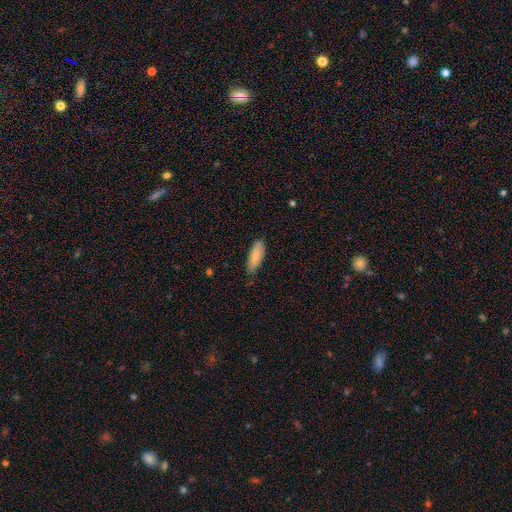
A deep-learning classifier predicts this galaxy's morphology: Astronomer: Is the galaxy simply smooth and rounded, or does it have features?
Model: smooth — 83%.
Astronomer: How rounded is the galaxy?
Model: in between — 66%.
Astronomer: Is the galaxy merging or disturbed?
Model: none — 74%.